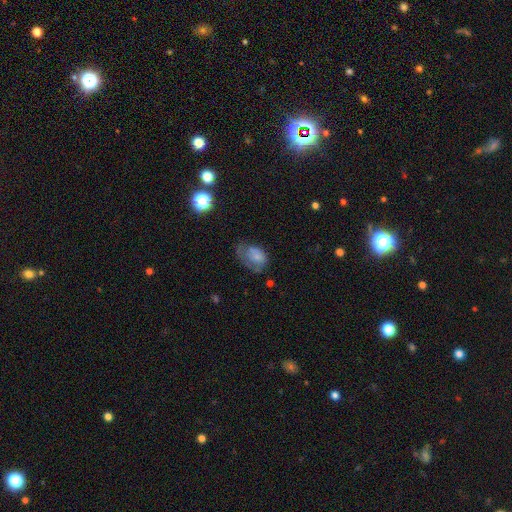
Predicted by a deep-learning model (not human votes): A smooth galaxy with no disk features (60%) that is in between round and cigar-shaped (83%). Merging: major disturbance (35%).